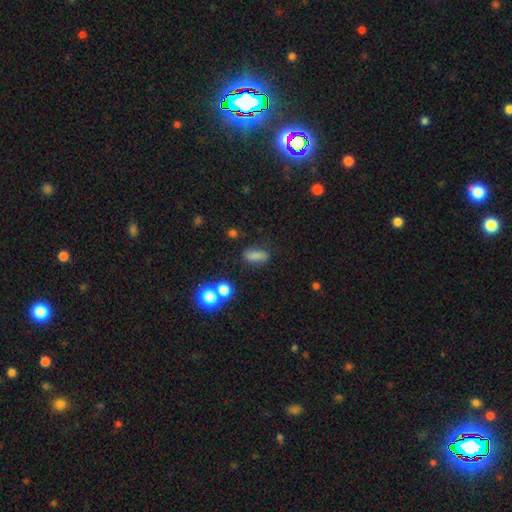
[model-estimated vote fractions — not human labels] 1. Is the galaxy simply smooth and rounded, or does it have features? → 76% smooth, 14% star or artifact, 10% featured or disk.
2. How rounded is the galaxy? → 65% in between, 26% cigar-shaped, 9% round.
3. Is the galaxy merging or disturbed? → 77% none, 14% minor disturbance, 5% major disturbance, 4% merger.